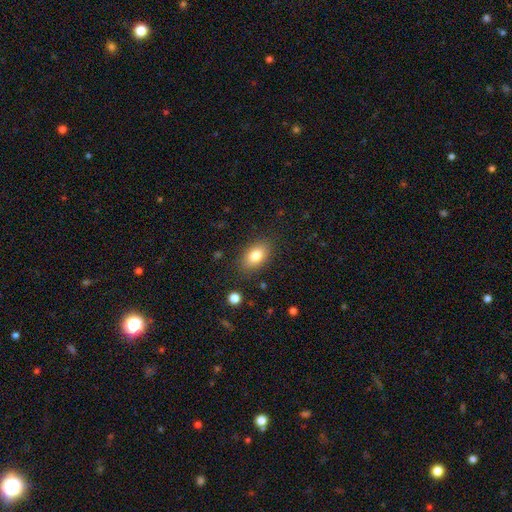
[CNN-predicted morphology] A smooth galaxy with no disk features (81%) that is in between round and cigar-shaped (88%). Merging: none (84%).